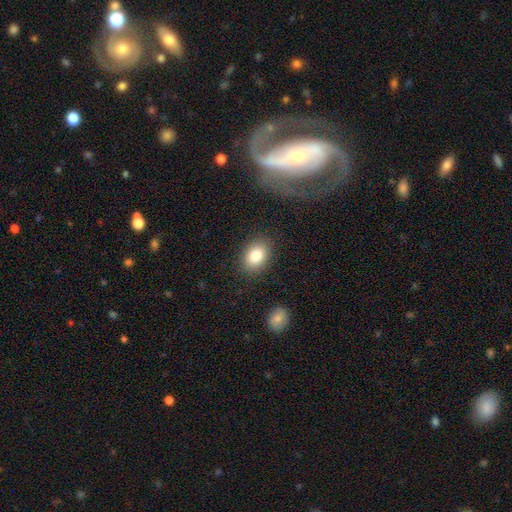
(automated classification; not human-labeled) Overall: smooth (84%). How rounded: in between (77%). Merging: none (85%).